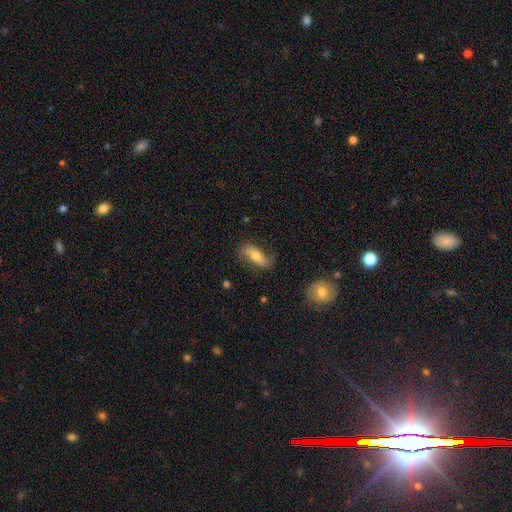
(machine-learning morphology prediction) smooth-or-featured: smooth: 52% | featured or disk: 41% | star or artifact: 7%
  how-rounded: in between: 64% | cigar-shaped: 32% | round: 4%
  merging: none: 74% | minor disturbance: 18% | major disturbance: 6% | merger: 2%